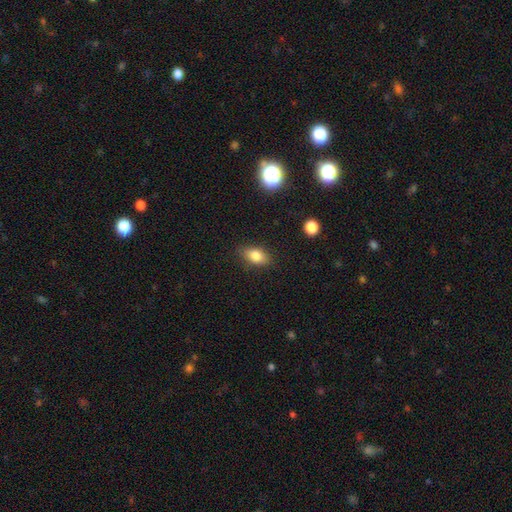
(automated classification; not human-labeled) smooth_or_featured: smooth (p=0.81) [alt: featured or disk p=0.10]
how_rounded: in between (p=0.85) [alt: round p=0.11]
merging: none (p=0.83) [alt: minor disturbance p=0.13]